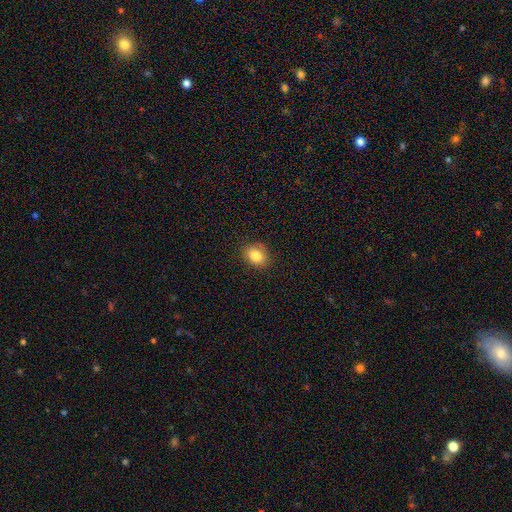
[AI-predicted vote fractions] This is clearly a smooth galaxy (84%). How rounded: possibly in between (56%). Merging: clearly none (85%).